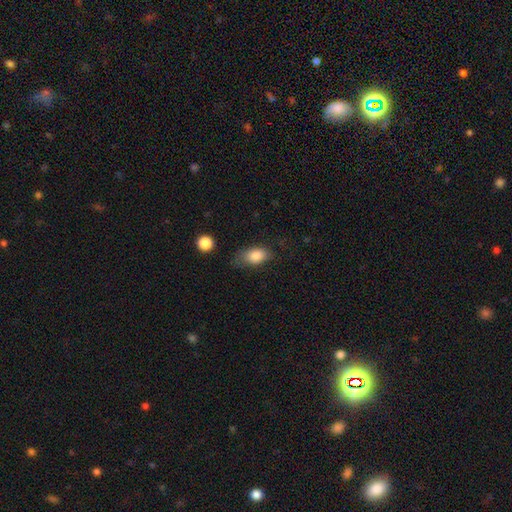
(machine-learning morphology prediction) Q: Smooth or featured?
A: smooth (84%); runner-up: star or artifact (8%)
Q: How rounded?
A: in between (86%); runner-up: round (11%)
Q: Merging?
A: none (57%); runner-up: minor disturbance (30%)